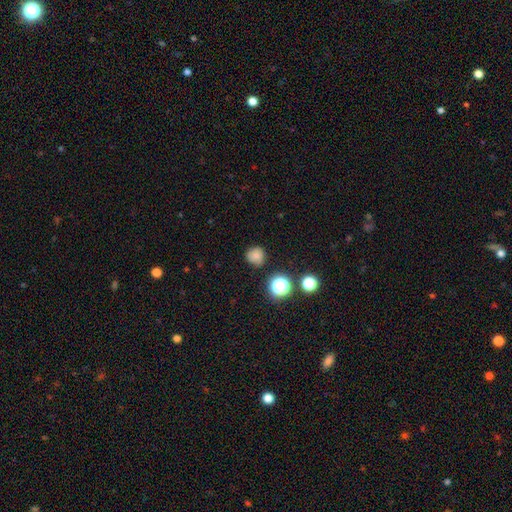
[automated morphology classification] smooth-or-featured: smooth: 78% | star or artifact: 16% | featured or disk: 6%
  how-rounded: round: 90% | in between: 9% | cigar-shaped: 1%
  merging: none: 81% | minor disturbance: 13% | major disturbance: 3% | merger: 3%